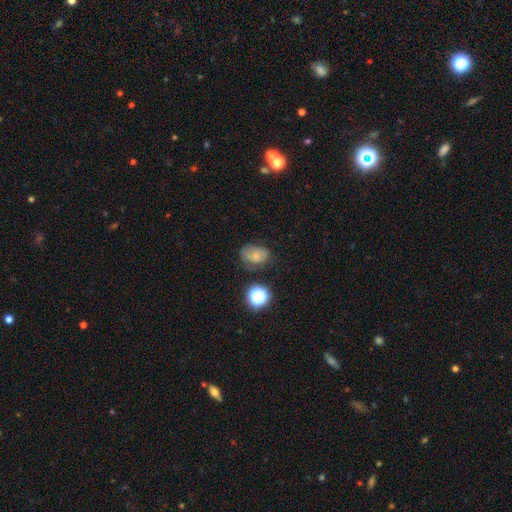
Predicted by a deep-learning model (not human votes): Smooth or featured: smooth — 67% (featured or disk — 18%)
How rounded: in between — 67% (round — 32%)
Merging: none — 52% (minor disturbance — 31%)